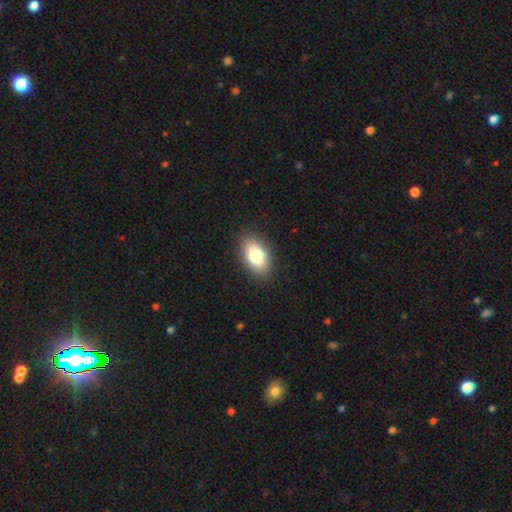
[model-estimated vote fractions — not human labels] Q: Smooth or featured?
A: smooth (79%); runner-up: featured or disk (13%)
Q: How rounded?
A: in between (90%); runner-up: round (7%)
Q: Merging?
A: none (88%); runner-up: minor disturbance (9%)